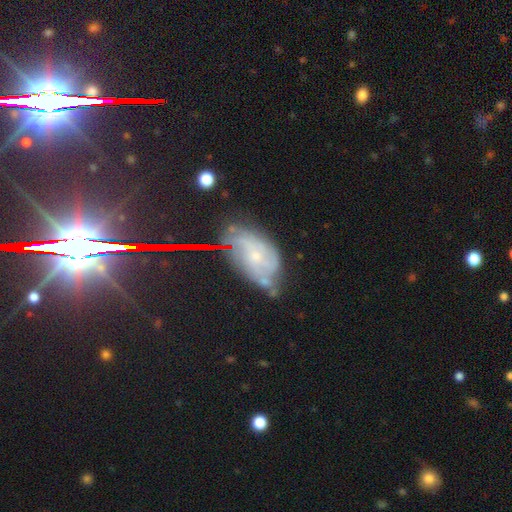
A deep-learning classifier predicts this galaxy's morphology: A featured or disk galaxy (63%) with no bar (75%), spiral arms (80%) and a small central bulge (74%).

Vote fractions:
- Smooth or featured? featured or disk: 63% / smooth: 23% / star or artifact: 15%
- Edge-on disk? no: 93% / yes: 7%
- Bar? no: 75% / weak: 21% / strong: 4%
- Spiral arms? yes: 80% / no: 20%
- Bulge size? small: 74% / moderate: 20% / none: 4% / large: 1% / dominant: 1%
- Merging? none: 51% / minor disturbance: 31% / major disturbance: 12% / merger: 6%